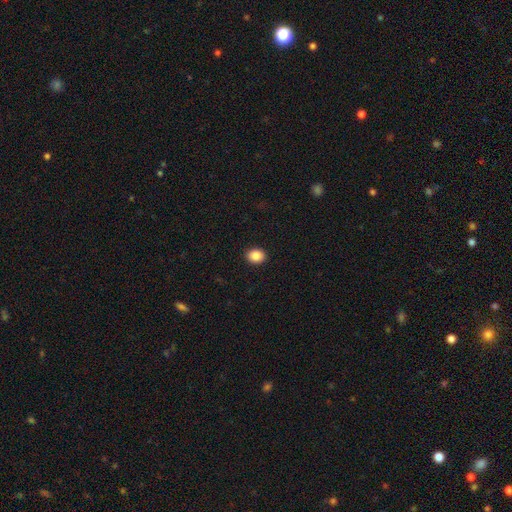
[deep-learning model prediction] Smooth or featured: smooth — 88% (star or artifact — 9%)
How rounded: round — 50% (in between — 49%)
Merging: none — 92% (minor disturbance — 6%)